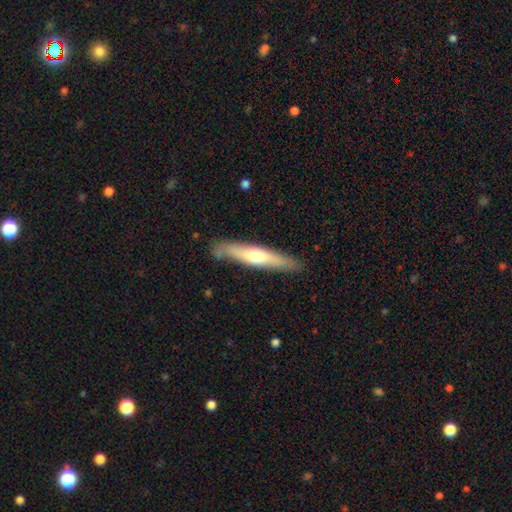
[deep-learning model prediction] smooth-or-featured: smooth: 48% | featured or disk: 47% | star or artifact: 5%
  merging: none: 84% | minor disturbance: 12% | major disturbance: 2% | merger: 2%